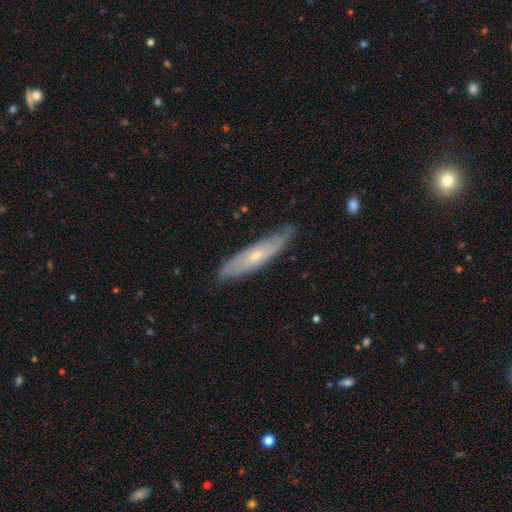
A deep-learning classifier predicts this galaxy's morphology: Smooth or featured? Predicted: featured or disk (p=0.56). Edge-on disk? Predicted: yes (p=0.53). Merging? Predicted: none (p=0.76).